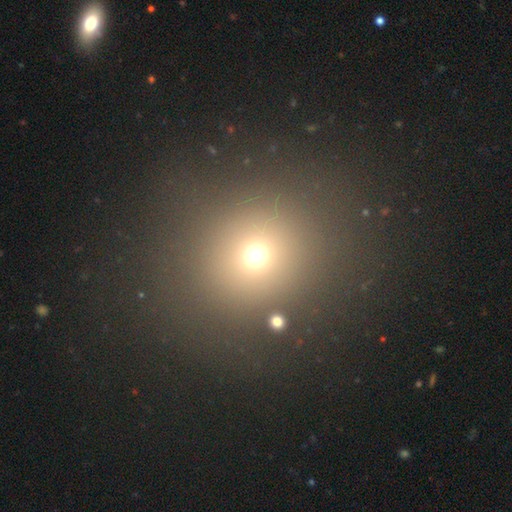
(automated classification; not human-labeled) smooth_or_featured: smooth (p=0.66) [alt: star or artifact p=0.24]
how_rounded: round (p=0.84) [alt: in between p=0.15]
merging: none (p=0.84) [alt: minor disturbance p=0.08]